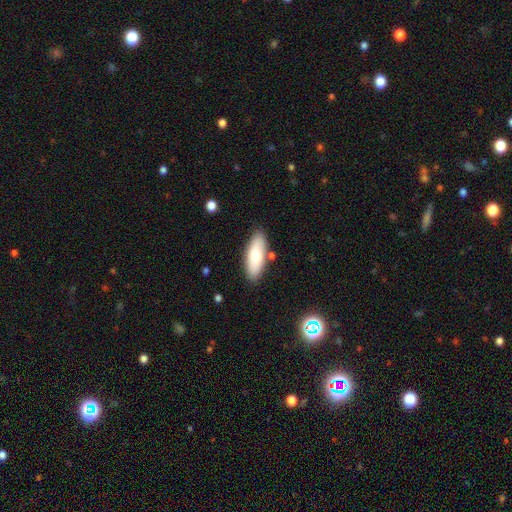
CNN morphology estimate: smooth-or-featured: smooth: 71% | featured or disk: 23% | star or artifact: 6%
  how-rounded: in between: 73% | cigar-shaped: 25% | round: 2%
  merging: none: 84% | minor disturbance: 10% | merger: 4% | major disturbance: 2%